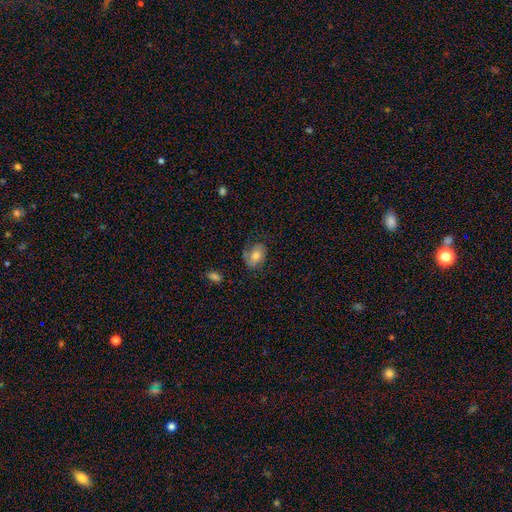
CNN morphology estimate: smooth_or_featured: smooth (p=0.60) [alt: featured or disk p=0.31]
how_rounded: in between (p=0.69) [alt: round p=0.30]
merging: none (p=0.61) [alt: minor disturbance p=0.24]